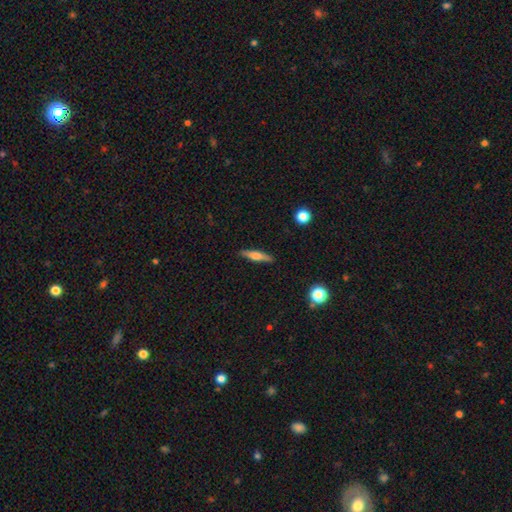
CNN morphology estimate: smooth_or_featured: featured or disk (p=0.49) [alt: smooth p=0.45]
merging: none (p=0.89) [alt: minor disturbance p=0.08]